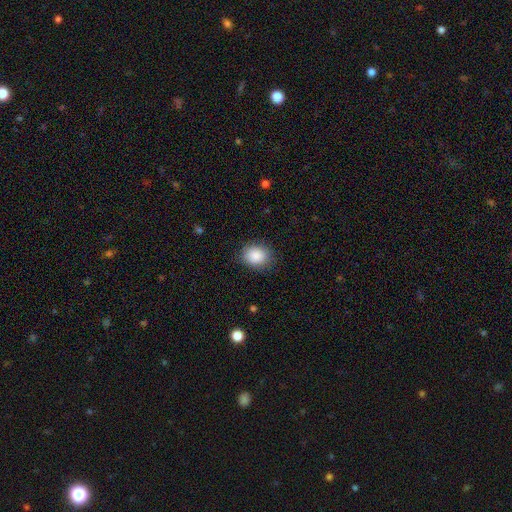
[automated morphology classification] A smooth galaxy with no disk features (88%) that is round (52%).

Vote fractions:
- Smooth or featured? smooth: 88% / star or artifact: 8% / featured or disk: 4%
- How rounded? round: 52% / in between: 47% / cigar-shaped: 1%
- Merging? none: 84% / minor disturbance: 12% / major disturbance: 3% / merger: 1%